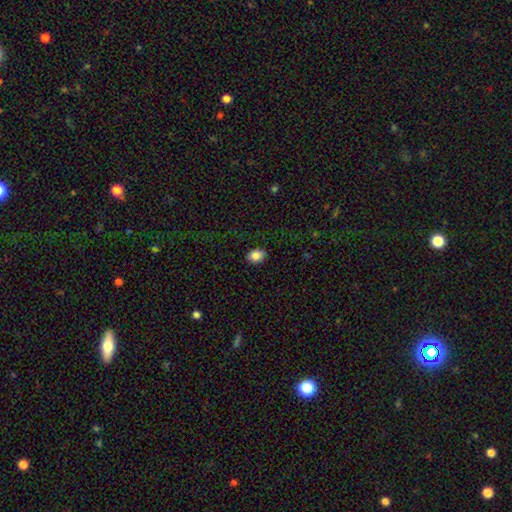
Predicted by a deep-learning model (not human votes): A smooth galaxy with no disk features (86%) that is in between round and cigar-shaped (69%). Merging: none (89%).